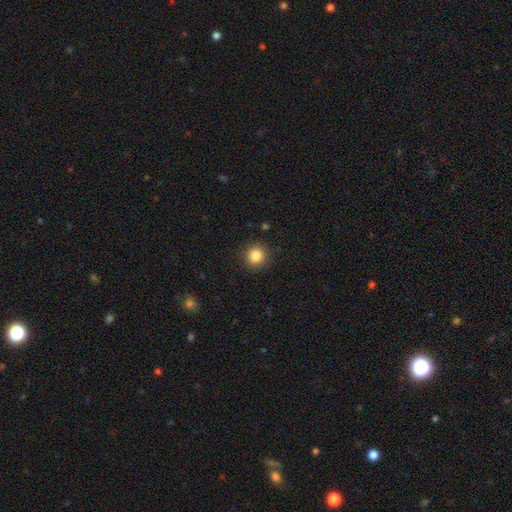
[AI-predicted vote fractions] Morphology: type=smooth (85%); roundness=round (93%); merging=none (91%).